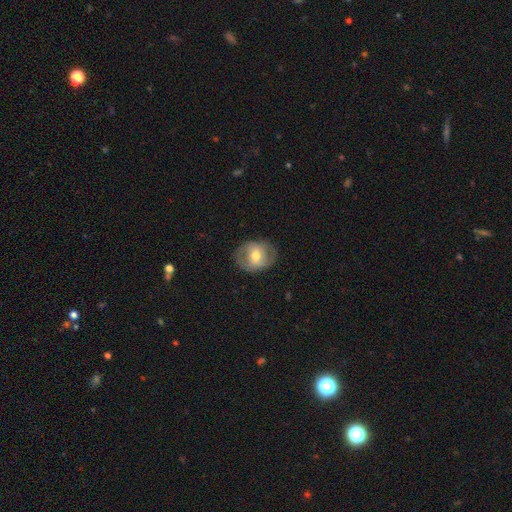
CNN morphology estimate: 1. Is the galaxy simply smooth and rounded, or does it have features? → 48% featured or disk, 45% smooth, 7% star or artifact.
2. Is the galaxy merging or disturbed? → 74% none, 18% minor disturbance, 8% major disturbance, 1% merger.